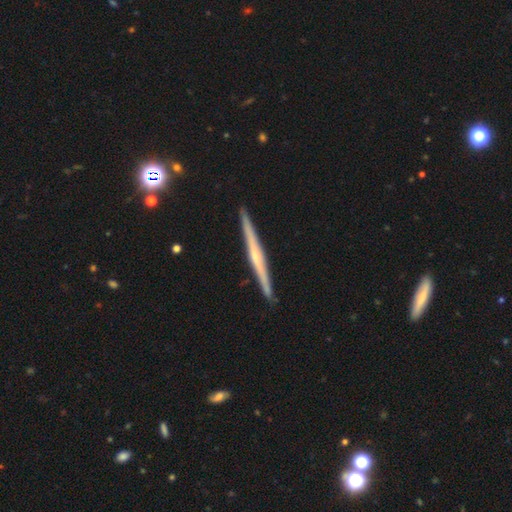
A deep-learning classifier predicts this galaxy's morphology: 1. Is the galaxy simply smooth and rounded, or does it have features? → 72% featured or disk, 23% smooth, 5% star or artifact.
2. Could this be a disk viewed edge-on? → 98% yes, 2% no.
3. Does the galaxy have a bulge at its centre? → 49% rounded, 42% none, 9% boxy.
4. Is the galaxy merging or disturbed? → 92% none, 6% minor disturbance, 1% merger, 1% major disturbance.